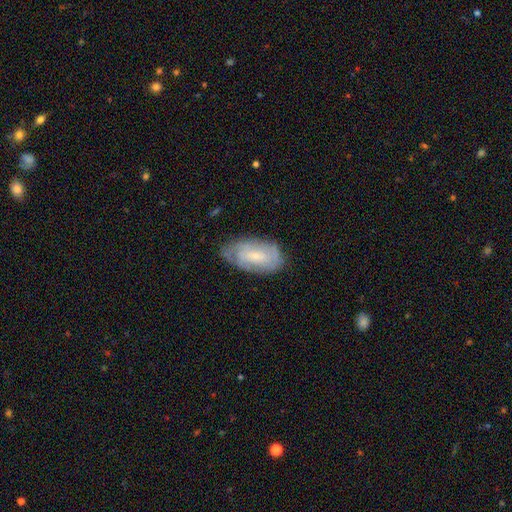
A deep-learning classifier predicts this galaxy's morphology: This appears to be a featured or disk galaxy (53%). Merging: none (68%).